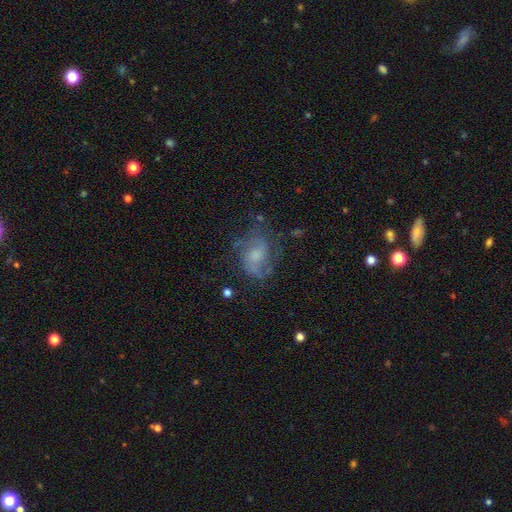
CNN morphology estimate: The model was most divided on "bulge size": small: 40%, moderate: 39%, none: 12%, large: 7%, dominant: 1%. Remaining: edge-on disk — no (97%); spiral arms — yes (81%); smooth or featured — featured or disk (65%); bar — no (64%); merging — none (57%); spiral arm count — 2 (53%); spiral winding — medium (47%).